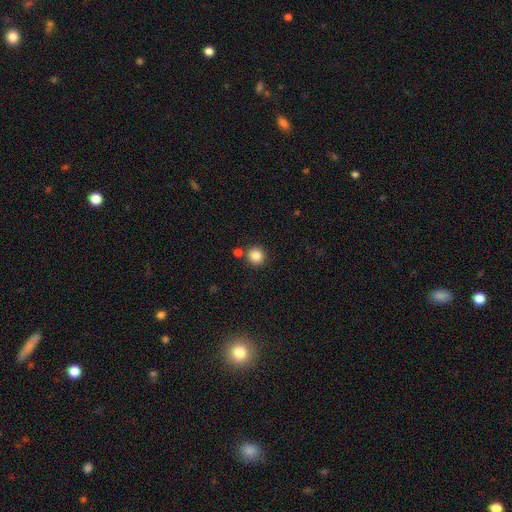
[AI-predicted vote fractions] The model was most divided on "merging": none: 82%, merger: 9%, minor disturbance: 7%, major disturbance: 2%. More confident: how rounded — round (94%); smooth or featured — smooth (85%).